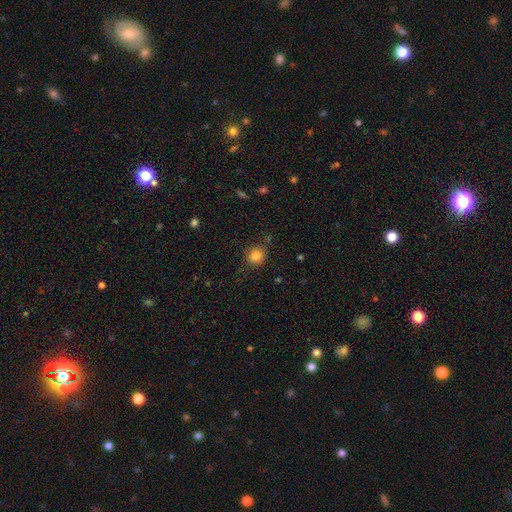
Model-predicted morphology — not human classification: Smooth or featured? smooth (84%)
How rounded? round (81%)
Merging? none (79%)